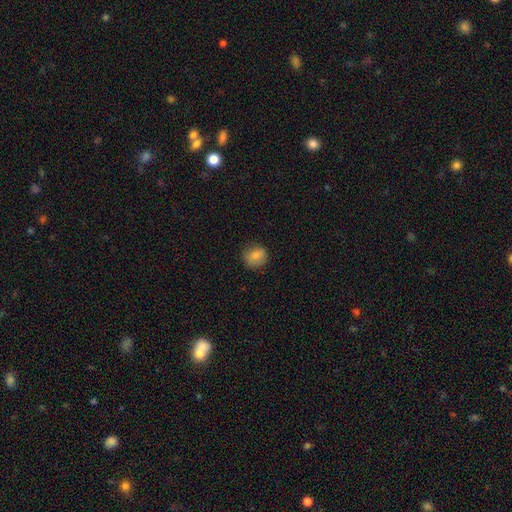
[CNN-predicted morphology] A smooth galaxy with no disk features (82%) that is round (80%). Merging: none (82%).